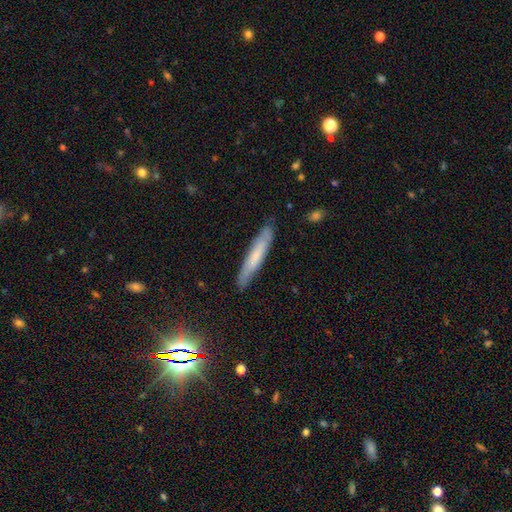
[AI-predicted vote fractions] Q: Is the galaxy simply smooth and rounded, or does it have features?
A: smooth — 59%.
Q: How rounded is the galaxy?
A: cigar-shaped — 93%.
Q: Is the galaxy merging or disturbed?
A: none — 85%.